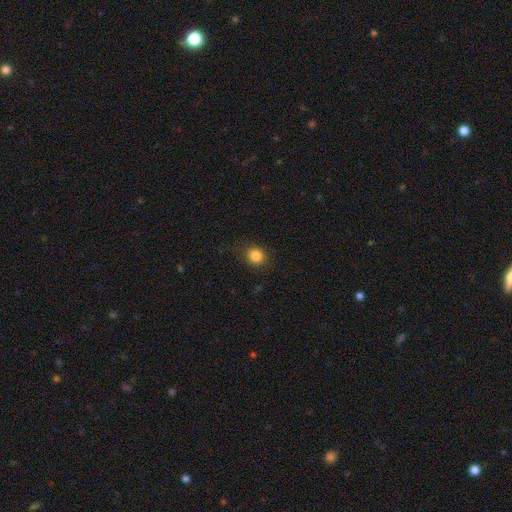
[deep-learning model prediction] The model was most divided on "how rounded": round: 83%, in between: 16%, cigar-shaped: 1%. More confident: merging — none (86%); smooth or featured — smooth (85%).